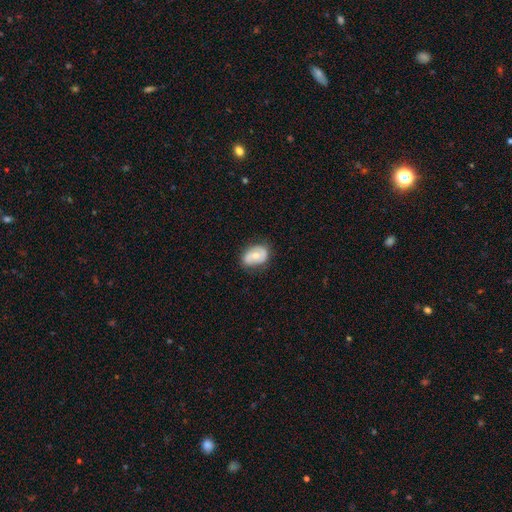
Smooth or featured? featured or disk (65%)
Edge-on disk? no (96%)
Bar? no (70%)
Spiral arms? yes (52%)
Spiral winding? medium (42%)
Spiral arm count? 2 (92%)
Bulge size? moderate (78%)
Merging? none (69%)